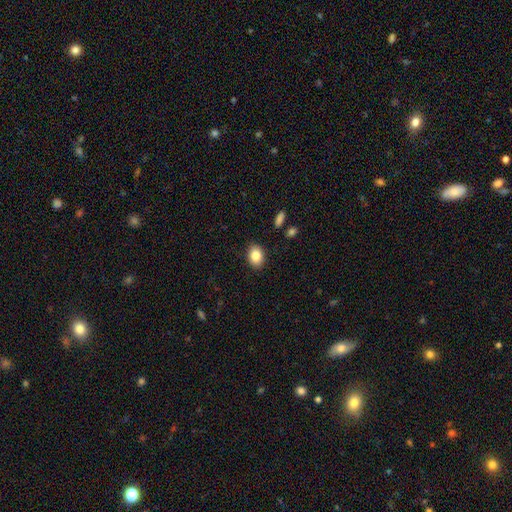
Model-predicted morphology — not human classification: smooth-or-featured: smooth: 84% | star or artifact: 8% | featured or disk: 7%
  how-rounded: in between: 73% | round: 26% | cigar-shaped: 1%
  merging: none: 88% | minor disturbance: 8% | major disturbance: 2% | merger: 1%